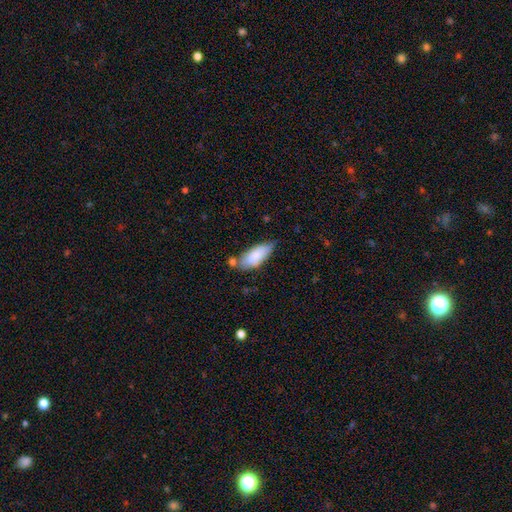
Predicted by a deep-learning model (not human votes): Q: Smooth or featured?
A: smooth (81%); runner-up: featured or disk (13%)
Q: How rounded?
A: in between (82%); runner-up: cigar-shaped (16%)
Q: Merging?
A: none (55%); runner-up: minor disturbance (28%)